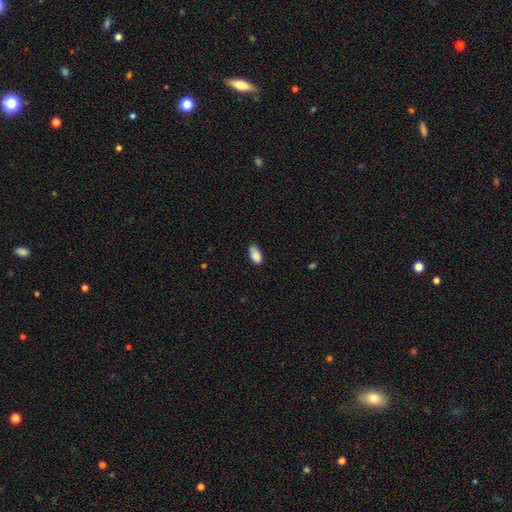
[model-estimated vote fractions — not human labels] Morphology: type=smooth (87%); roundness=in between (93%); merging=none (71%).